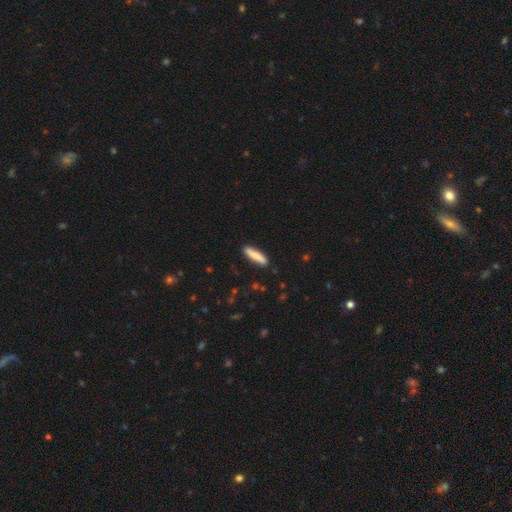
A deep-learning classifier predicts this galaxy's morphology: The model was most divided on "how rounded": cigar-shaped: 79%, in between: 19%, round: 1%. More confident: merging — none (89%); smooth or featured — smooth (85%).